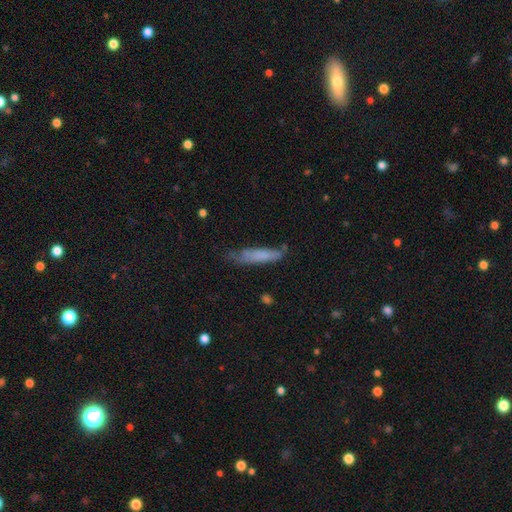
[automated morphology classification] A smooth galaxy with no disk features (65%) that is cigar-shaped (81%). Merging: none (60%).